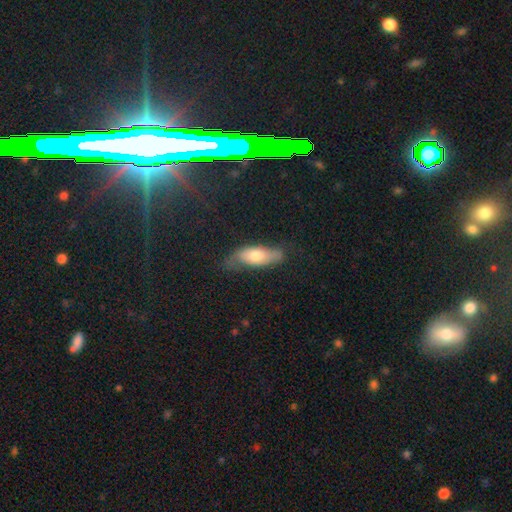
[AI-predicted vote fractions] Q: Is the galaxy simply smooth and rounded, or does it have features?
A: smooth — 62%.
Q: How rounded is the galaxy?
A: in between — 64%.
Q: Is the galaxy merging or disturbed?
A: none — 62%.